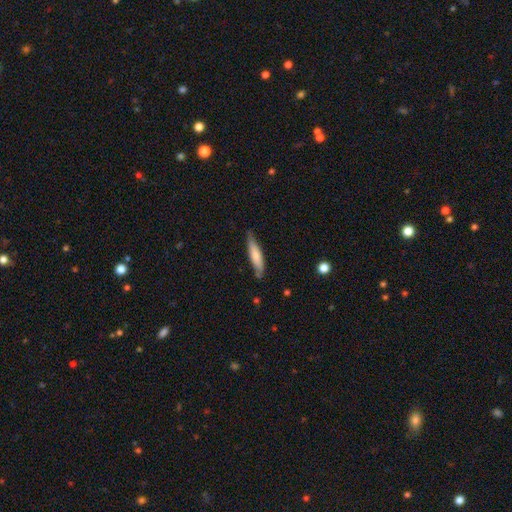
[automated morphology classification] This is likely a smooth galaxy (68%). How rounded: clearly cigar-shaped (80%). Merging: likely none (74%).